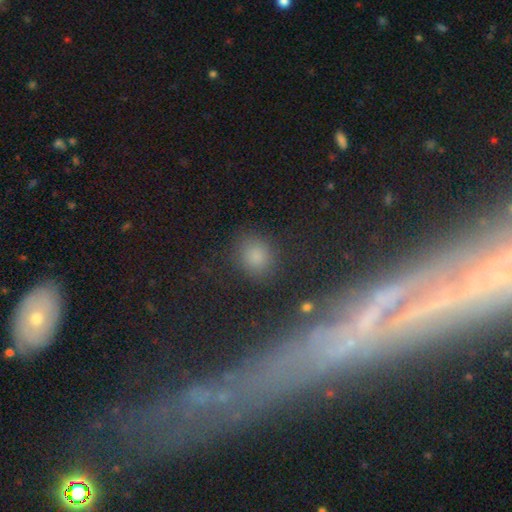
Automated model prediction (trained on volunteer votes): This is likely a smooth galaxy (71%). How rounded: likely round (70%). Merging: likely none (77%).